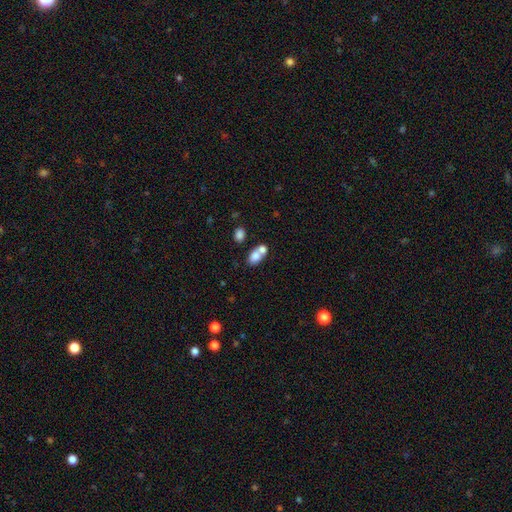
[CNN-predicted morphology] A smooth galaxy with no disk features (77%) that is in between round and cigar-shaped (74%). Merging: merger (57%).